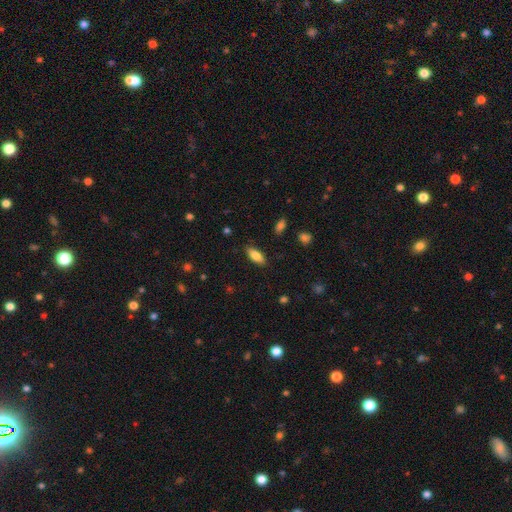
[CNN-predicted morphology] Smooth or featured? smooth (81%)
How rounded? in between (83%)
Merging? none (86%)